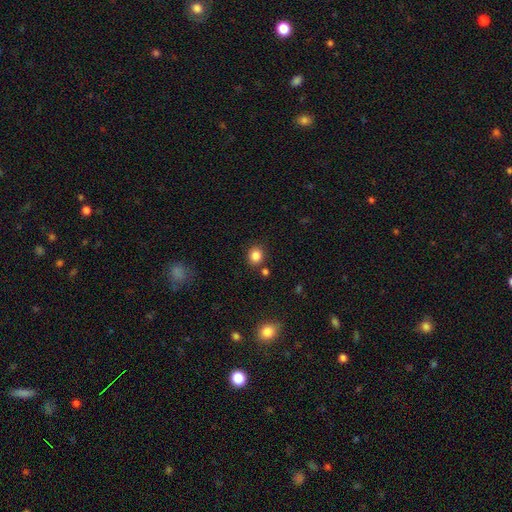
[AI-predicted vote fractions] smooth_or_featured: smooth (p=0.84) [alt: star or artifact p=0.11]
how_rounded: round (p=0.78) [alt: in between p=0.21]
merging: none (p=0.82) [alt: minor disturbance p=0.09]